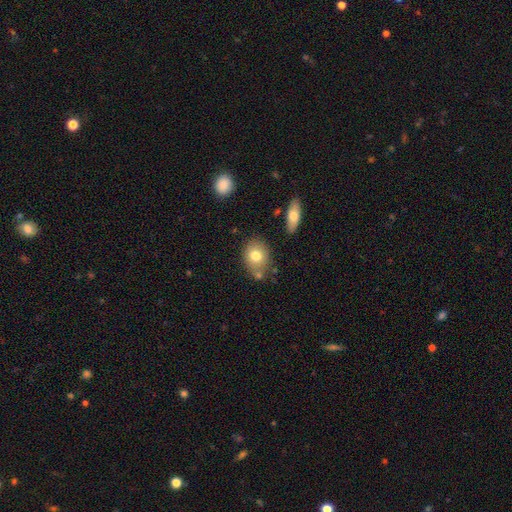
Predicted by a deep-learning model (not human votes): Smooth or featured? smooth (75%)
How rounded? in between (55%)
Merging? none (65%)